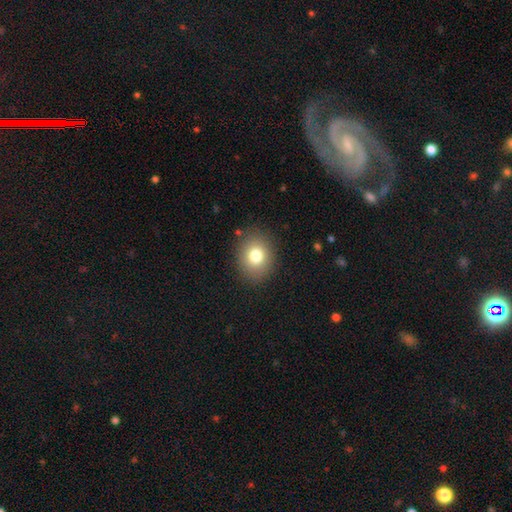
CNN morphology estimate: smooth-or-featured: smooth: 78% | star or artifact: 11% | featured or disk: 10%
  how-rounded: round: 62% | in between: 37% | cigar-shaped: 1%
  merging: none: 87% | minor disturbance: 8% | major disturbance: 3% | merger: 1%